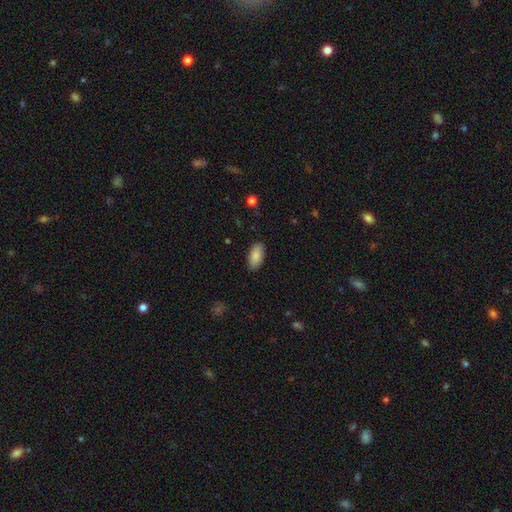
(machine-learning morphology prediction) The model was most divided on "merging": none: 88%, minor disturbance: 9%, major disturbance: 2%, merger: 1%. More confident: how rounded — in between (93%); smooth or featured — smooth (88%).